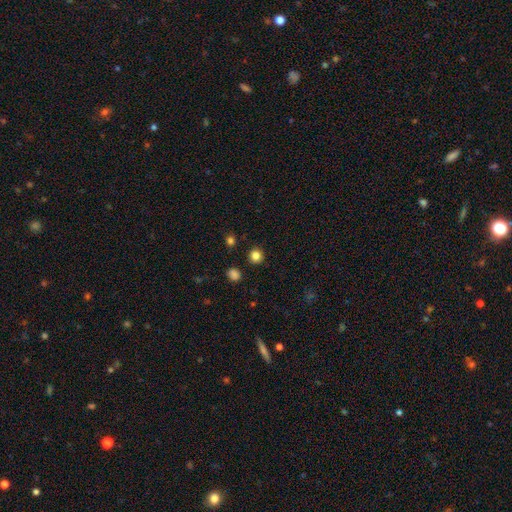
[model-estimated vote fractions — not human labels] Smooth or featured?
  - smooth: 83% *
  - star or artifact: 13%
  - featured or disk: 4%
How rounded?
  - round: 93% *
  - in between: 6%
  - cigar-shaped: 1%
Merging?
  - none: 90% *
  - minor disturbance: 5%
  - merger: 2%
  - major disturbance: 2%